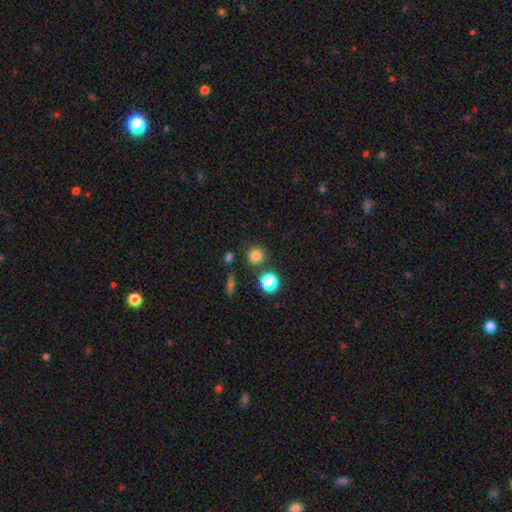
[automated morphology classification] smooth-or-featured: smooth: 80% | star or artifact: 15% | featured or disk: 5%
  how-rounded: round: 93% | in between: 6% | cigar-shaped: 1%
  merging: none: 81% | minor disturbance: 8% | merger: 8% | major disturbance: 3%